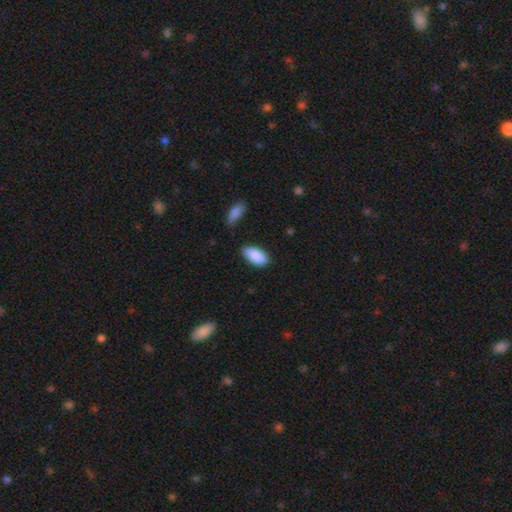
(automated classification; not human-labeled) Q: Smooth or featured?
A: smooth (90%); runner-up: star or artifact (6%)
Q: How rounded?
A: in between (93%); runner-up: cigar-shaped (5%)
Q: Merging?
A: none (79%); runner-up: minor disturbance (15%)